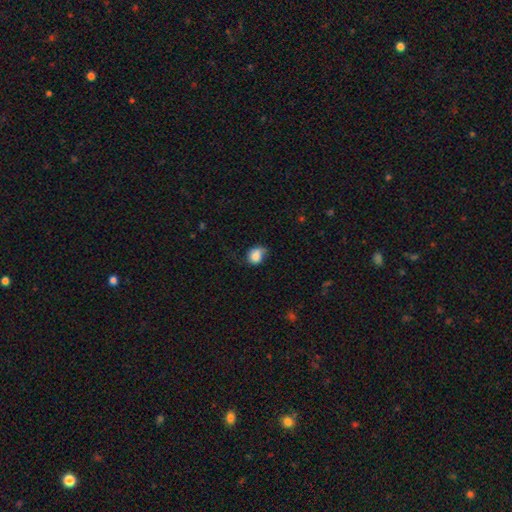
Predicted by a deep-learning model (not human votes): Overall: smooth (80%). How rounded: round (54%; in between 45%). Merging: none (38%; minor disturbance 37%).